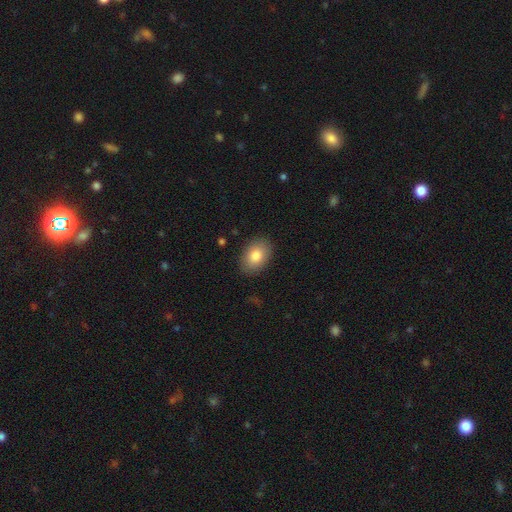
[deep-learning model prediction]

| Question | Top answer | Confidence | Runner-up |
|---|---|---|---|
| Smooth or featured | smooth | 82% | featured or disk (10%) |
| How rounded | in between | 84% | round (15%) |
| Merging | none | 88% | minor disturbance (9%) |